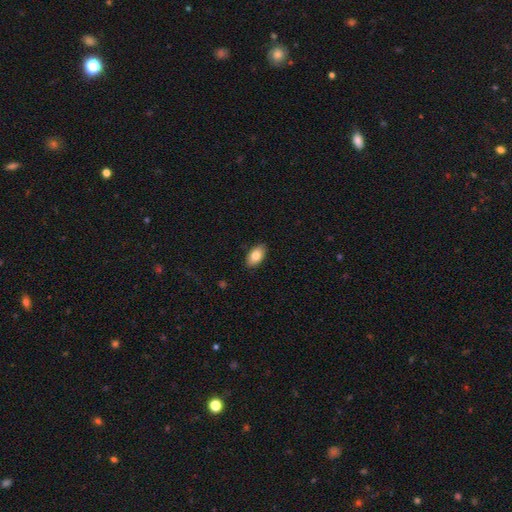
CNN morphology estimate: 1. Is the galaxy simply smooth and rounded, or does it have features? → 82% smooth, 11% featured or disk, 7% star or artifact.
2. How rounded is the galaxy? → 93% in between, 5% round, 2% cigar-shaped.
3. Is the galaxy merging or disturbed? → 88% none, 9% minor disturbance, 2% major disturbance, 1% merger.